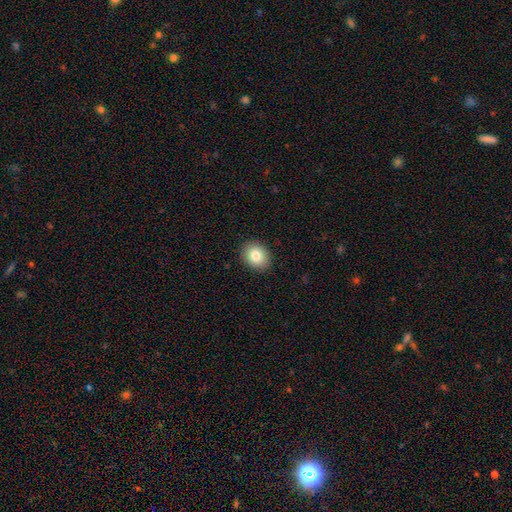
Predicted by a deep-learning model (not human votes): smooth-or-featured: smooth: 83% | star or artifact: 9% | featured or disk: 8%
  how-rounded: round: 55% | in between: 44% | cigar-shaped: 1%
  merging: none: 91% | minor disturbance: 7% | major disturbance: 2% | merger: 1%